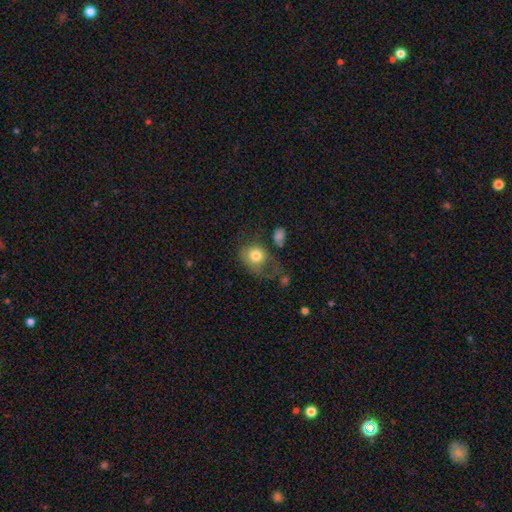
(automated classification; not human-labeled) Smooth or featured? Predicted: smooth (p=0.77). How rounded? Predicted: round (p=0.58). Merging? Predicted: none (p=0.36).